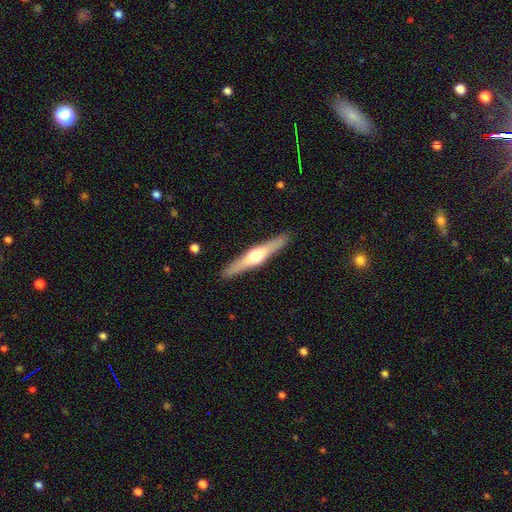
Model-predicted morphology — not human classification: This appears to be a featured or disk galaxy (68%) viewed edge-on (97%) with a rounded central bulge (93%). Merging: none (91%).